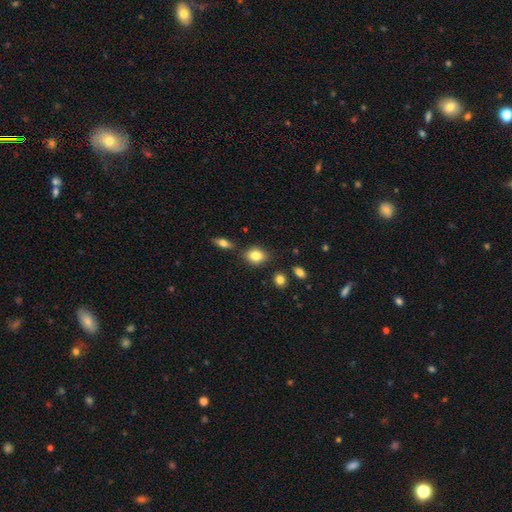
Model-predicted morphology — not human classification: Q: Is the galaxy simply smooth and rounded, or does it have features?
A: smooth — 81%.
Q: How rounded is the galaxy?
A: in between — 64%.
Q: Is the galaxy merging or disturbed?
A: none — 78%.